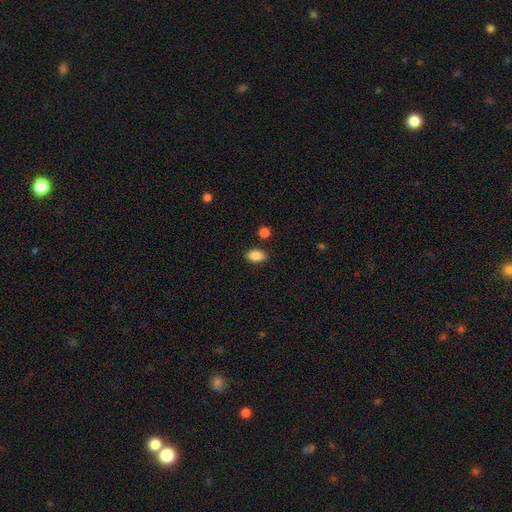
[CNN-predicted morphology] This is clearly a smooth galaxy (87%). How rounded: clearly in between (90%). Merging: clearly none (83%).